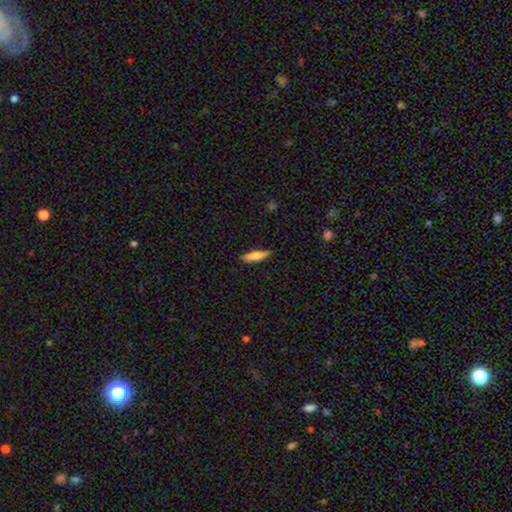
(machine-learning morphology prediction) smooth_or_featured: smooth (p=0.77) [alt: featured or disk p=0.17]
how_rounded: cigar-shaped (p=0.71) [alt: in between p=0.28]
merging: none (p=0.89) [alt: minor disturbance p=0.09]